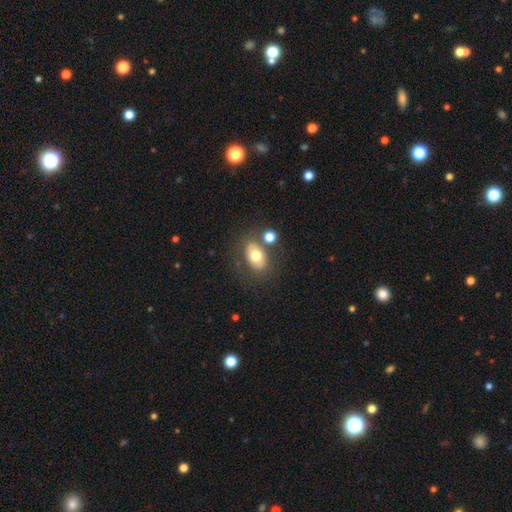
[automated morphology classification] Smooth or featured: smooth — 67% (featured or disk — 24%)
How rounded: in between — 81% (round — 18%)
Merging: none — 65% (merger — 15%)